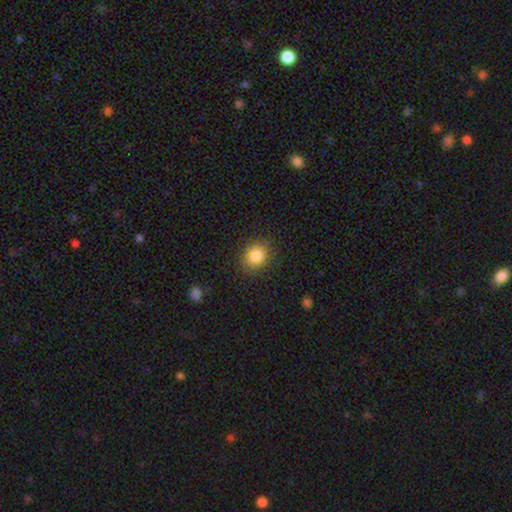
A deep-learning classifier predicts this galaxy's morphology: Overall: smooth (85%). How rounded: round (77%). Merging: none (85%).